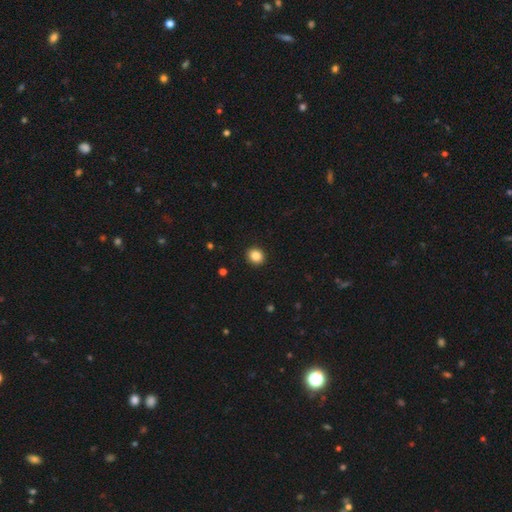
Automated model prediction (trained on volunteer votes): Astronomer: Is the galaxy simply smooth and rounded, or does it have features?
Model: smooth — 86%.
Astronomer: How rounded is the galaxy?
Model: round — 79%.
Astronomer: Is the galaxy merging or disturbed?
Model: none — 92%.